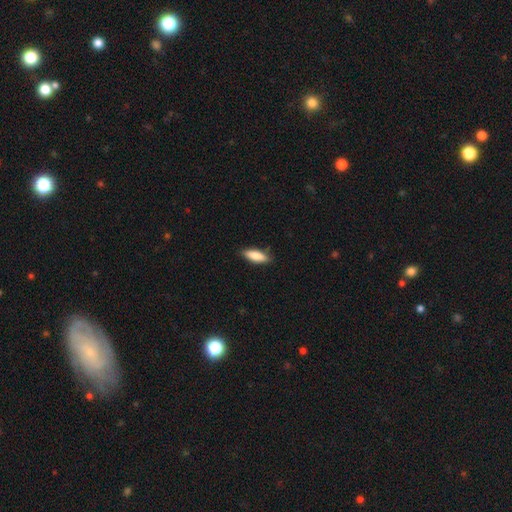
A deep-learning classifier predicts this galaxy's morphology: Q: Smooth or featured?
A: smooth (84%); runner-up: featured or disk (10%)
Q: How rounded?
A: in between (60%); runner-up: cigar-shaped (38%)
Q: Merging?
A: none (82%); runner-up: minor disturbance (14%)